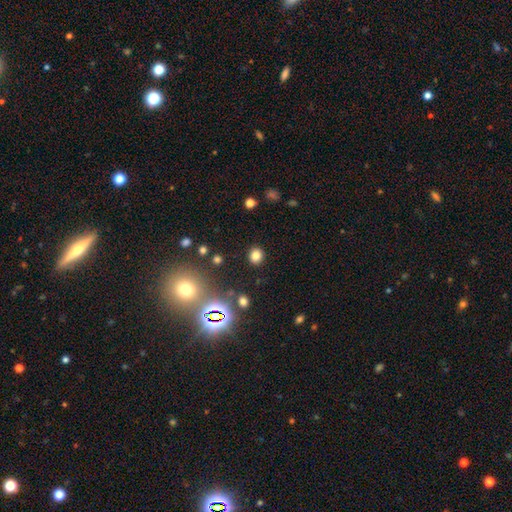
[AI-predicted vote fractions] A smooth galaxy with no disk features (78%) that is round (74%). Merging: none (88%).